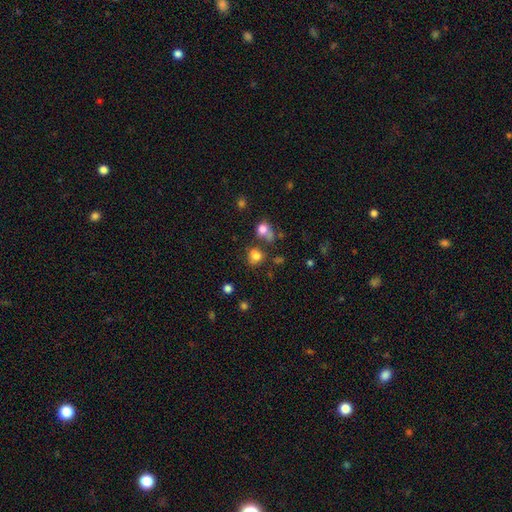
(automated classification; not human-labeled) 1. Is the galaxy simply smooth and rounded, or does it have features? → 77% smooth, 14% star or artifact, 8% featured or disk.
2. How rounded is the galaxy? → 70% round, 29% in between, 1% cigar-shaped.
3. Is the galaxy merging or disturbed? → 63% none, 15% minor disturbance, 15% merger, 7% major disturbance.